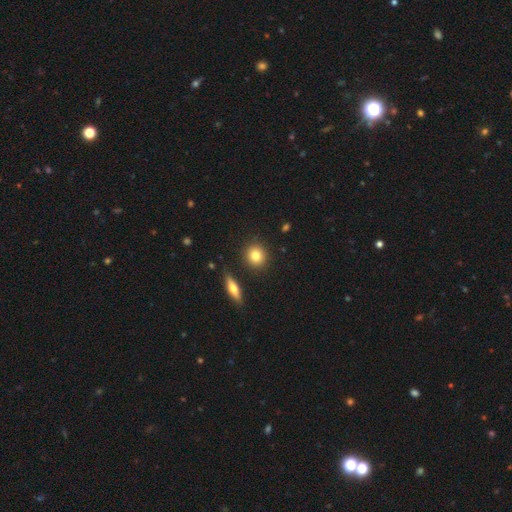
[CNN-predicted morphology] Overall: smooth (81%). How rounded: round (85%). Merging: none (88%).